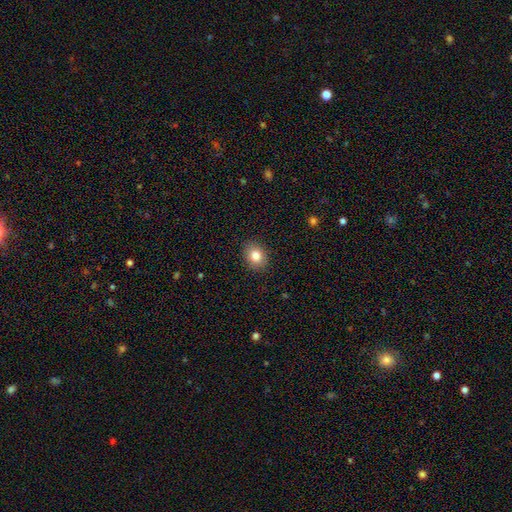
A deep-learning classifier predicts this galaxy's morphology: A smooth galaxy with no disk features (82%) that is round (54%). Merging: none (89%).